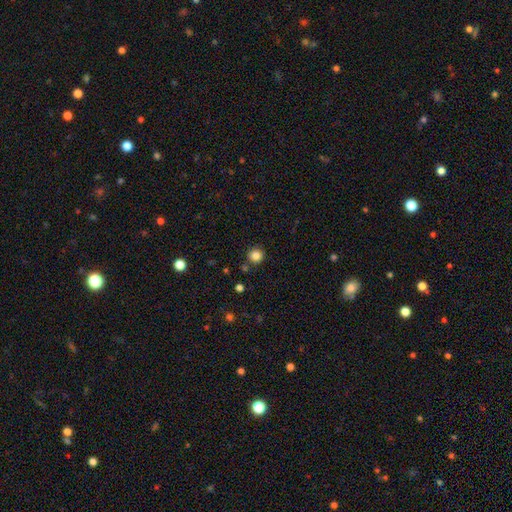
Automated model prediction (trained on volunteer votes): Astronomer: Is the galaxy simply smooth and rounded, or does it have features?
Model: smooth — 84%.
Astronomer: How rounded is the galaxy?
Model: round — 94%.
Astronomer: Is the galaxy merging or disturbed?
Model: none — 87%.